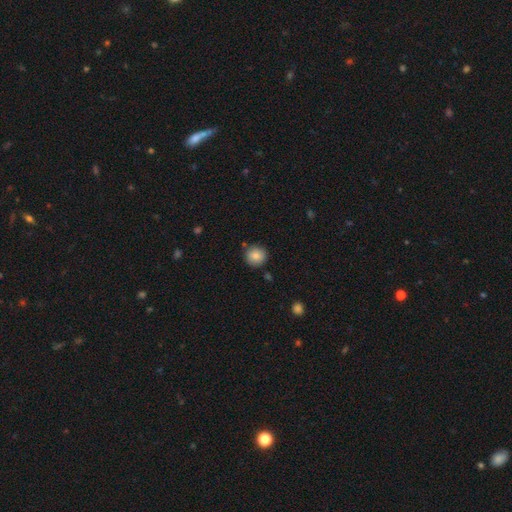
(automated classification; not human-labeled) This appears to be a smooth galaxy with no disk features (83%) that is round (92%). Merging: none (86%).